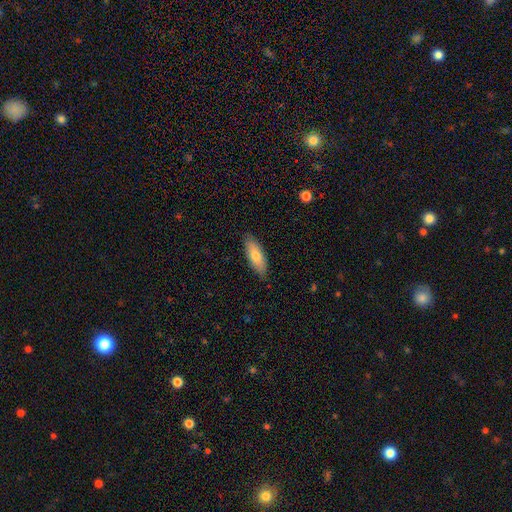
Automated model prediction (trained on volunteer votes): This is likely a smooth galaxy (76%). How rounded: likely in between (68%). Merging: clearly none (85%).